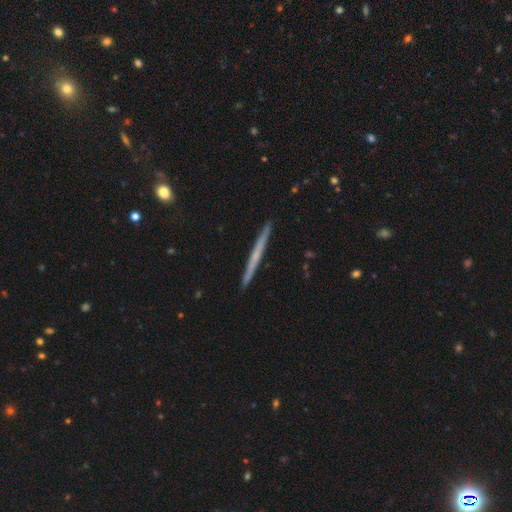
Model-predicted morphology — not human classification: Smooth or featured?
  - featured or disk: 60% *
  - smooth: 34%
  - star or artifact: 6%
Edge-on disk?
  - yes: 98% *
  - no: 2%
Edge-on bulge?
  - none: 76% *
  - rounded: 20%
  - boxy: 4%
Merging?
  - none: 92% *
  - minor disturbance: 6%
  - merger: 1%
  - major disturbance: 1%